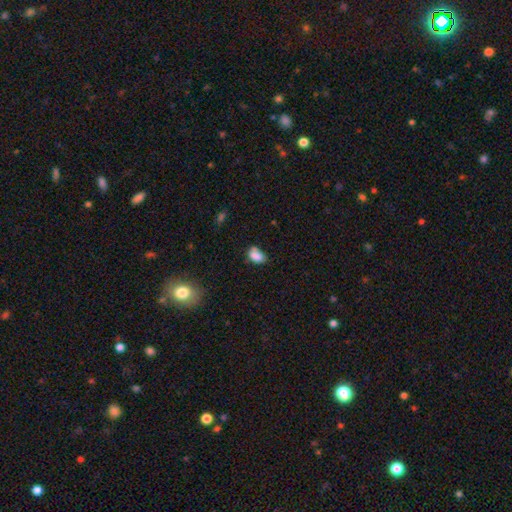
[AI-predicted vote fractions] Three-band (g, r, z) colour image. It shows a smooth galaxy with no disk features (81%) that is in between round and cigar-shaped (86%). Merging: none (48%).